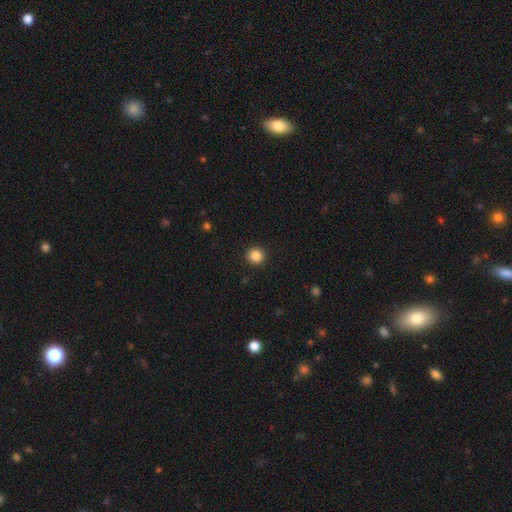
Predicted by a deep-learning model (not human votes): smooth-or-featured: smooth: 86% | star or artifact: 10% | featured or disk: 4%
  how-rounded: round: 93% | in between: 6% | cigar-shaped: 1%
  merging: none: 93% | minor disturbance: 4% | major disturbance: 2% | merger: 1%